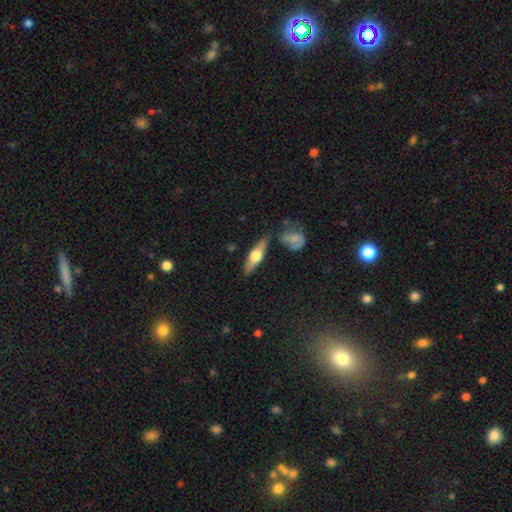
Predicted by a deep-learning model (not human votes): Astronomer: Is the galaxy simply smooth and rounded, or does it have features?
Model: featured or disk — 55% (runner-up: smooth, 39%).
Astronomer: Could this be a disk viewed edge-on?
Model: yes — 90%.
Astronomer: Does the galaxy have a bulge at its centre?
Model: rounded — 94%.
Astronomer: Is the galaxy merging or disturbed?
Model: none — 80%.